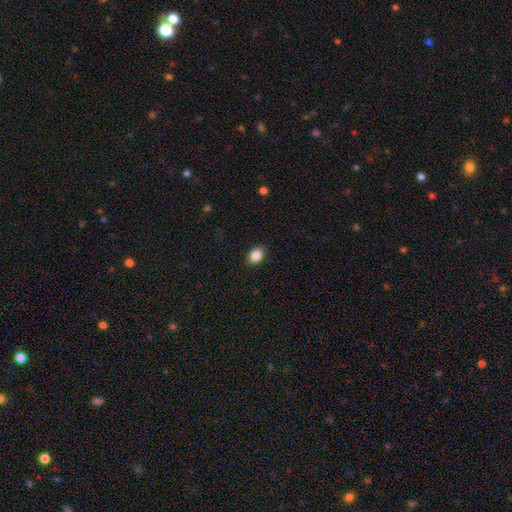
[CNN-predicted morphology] Smooth or featured? Predicted: smooth (p=0.86). How rounded? Predicted: in between (p=0.72). Merging? Predicted: none (p=0.88).